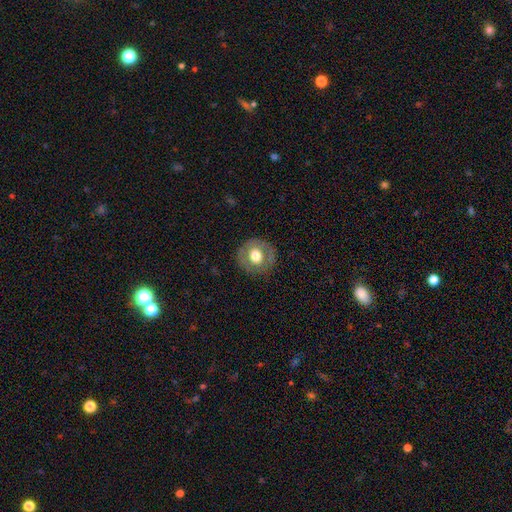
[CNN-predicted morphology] Smooth or featured? Predicted: smooth (p=0.59). How rounded? Predicted: round (p=0.89). Merging? Predicted: none (p=0.84).